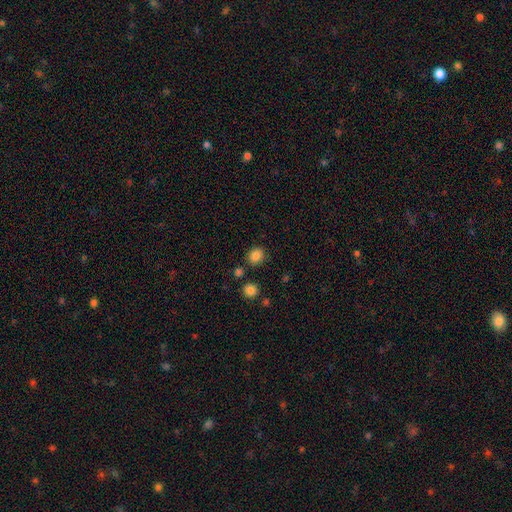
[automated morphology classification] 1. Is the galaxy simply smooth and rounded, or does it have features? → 85% smooth, 11% star or artifact, 4% featured or disk.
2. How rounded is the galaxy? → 77% round, 22% in between, 1% cigar-shaped.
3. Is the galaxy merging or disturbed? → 83% none, 9% minor disturbance, 5% merger, 3% major disturbance.